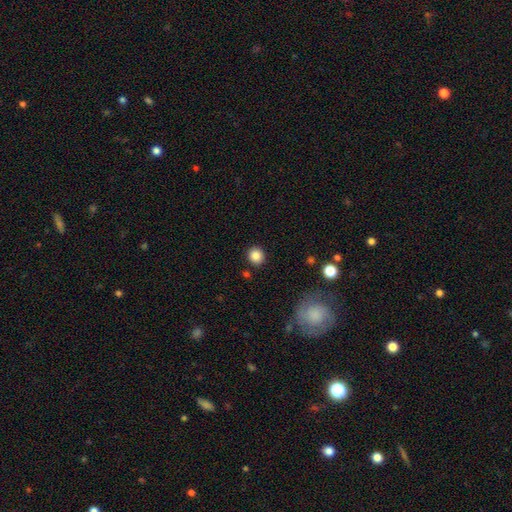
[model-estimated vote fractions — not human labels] A smooth galaxy with no disk features (86%) that is round (88%). Merging: none (89%).